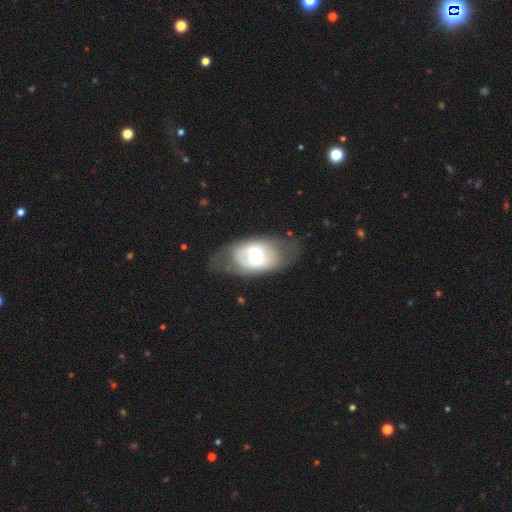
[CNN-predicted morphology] Smooth or featured?
  - featured or disk: 58% *
  - smooth: 36%
  - star or artifact: 7%
Edge-on disk?
  - no: 91% *
  - yes: 9%
Bar?
  - weak: 39% *
  - strong: 32%
  - no: 28%
Spiral arms?
  - no: 64% *
  - yes: 36%
Bulge size?
  - moderate: 54% *
  - large: 24%
  - small: 17%
  - dominant: 3%
  - none: 2%
Merging?
  - none: 57% *
  - minor disturbance: 23%
  - major disturbance: 18%
  - merger: 2%